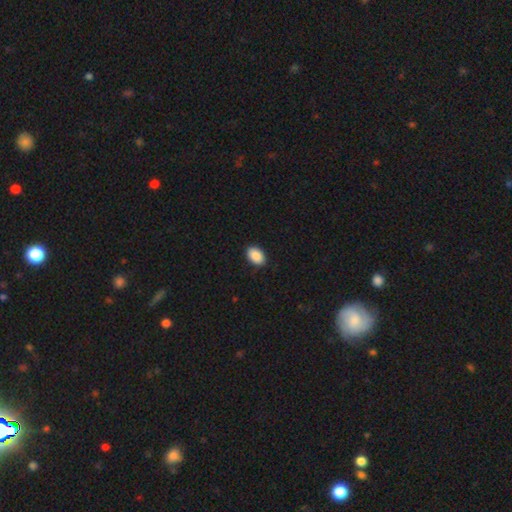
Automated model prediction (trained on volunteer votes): Smooth or featured?
  - smooth: 90% *
  - star or artifact: 7%
  - featured or disk: 3%
How rounded?
  - in between: 89% *
  - round: 10%
  - cigar-shaped: 1%
Merging?
  - none: 89% *
  - minor disturbance: 8%
  - major disturbance: 2%
  - merger: 1%